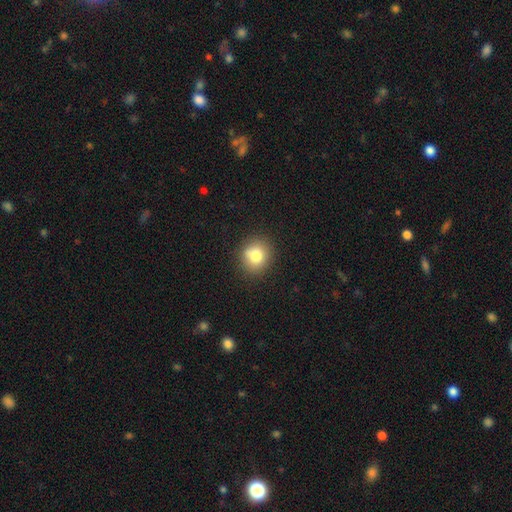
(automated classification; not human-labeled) smooth-or-featured: smooth: 80% | star or artifact: 11% | featured or disk: 9%
  how-rounded: round: 82% | in between: 17% | cigar-shaped: 1%
  merging: none: 85% | minor disturbance: 10% | major disturbance: 3% | merger: 2%